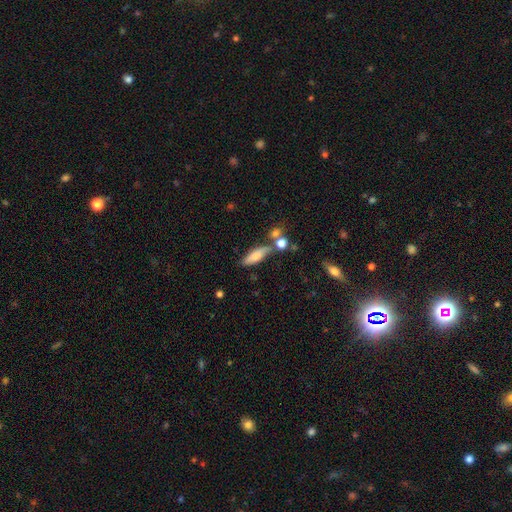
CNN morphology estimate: Smooth or featured? smooth (74%)
How rounded? in between (53%)
Merging? none (55%)